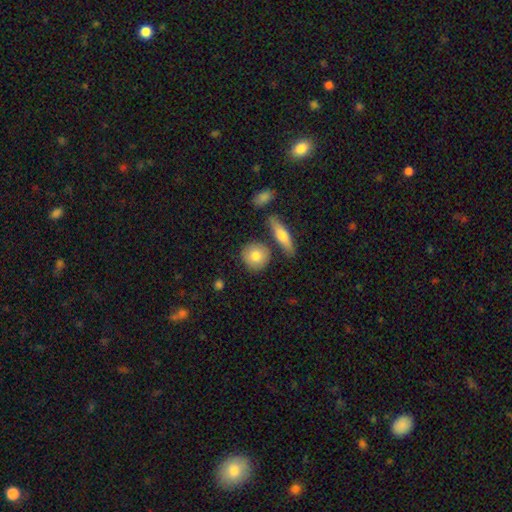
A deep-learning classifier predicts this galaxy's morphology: The model was most divided on "smooth or featured": smooth: 79%, featured or disk: 15%, star or artifact: 6%. More confident: how rounded — round (83%); merging — none (78%).